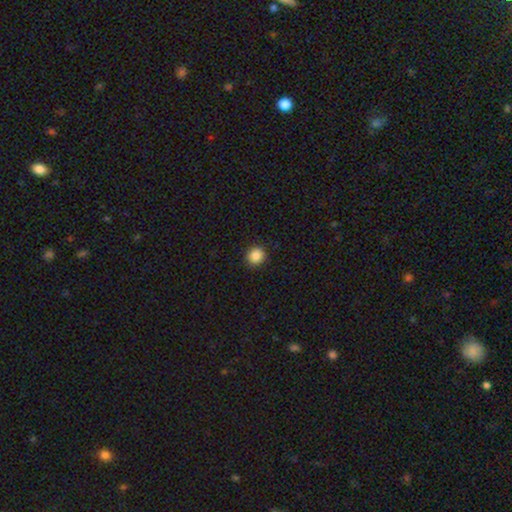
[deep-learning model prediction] Morphology: type=smooth (87%); roundness=round (89%); merging=none (91%).